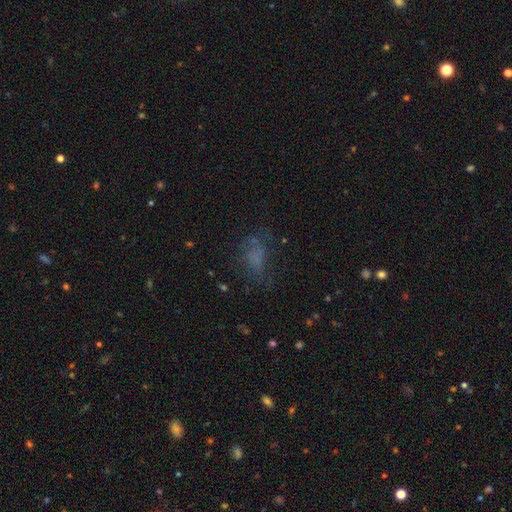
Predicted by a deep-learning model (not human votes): smooth_or_featured: smooth (p=0.51) [alt: star or artifact p=0.25]
how_rounded: in between (p=0.73) [alt: round p=0.23]
merging: none (p=0.51) [alt: major disturbance p=0.25]